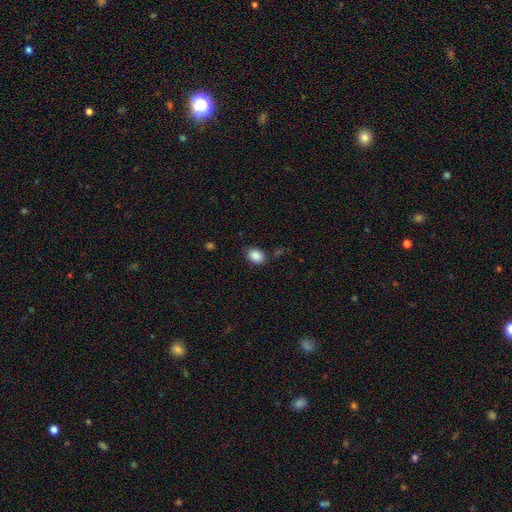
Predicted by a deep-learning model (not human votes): Smooth or featured? smooth (87%)
How rounded? in between (73%)
Merging? none (81%)